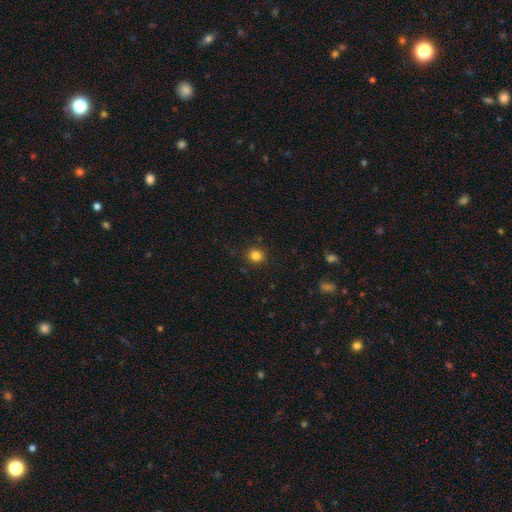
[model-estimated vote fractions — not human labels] Smooth or featured?
  - smooth: 83% *
  - star or artifact: 13%
  - featured or disk: 5%
How rounded?
  - round: 90% *
  - in between: 9%
  - cigar-shaped: 1%
Merging?
  - none: 90% *
  - minor disturbance: 6%
  - major disturbance: 2%
  - merger: 1%